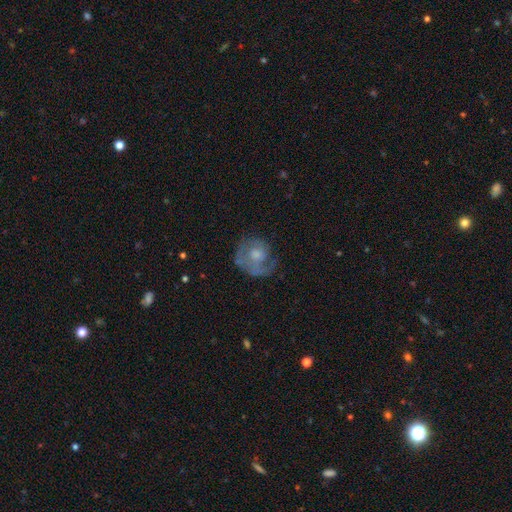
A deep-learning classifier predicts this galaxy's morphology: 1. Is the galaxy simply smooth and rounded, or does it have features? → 59% featured or disk, 34% smooth, 7% star or artifact.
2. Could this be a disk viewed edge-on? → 98% no, 2% yes.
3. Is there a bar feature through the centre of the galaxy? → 79% no, 19% weak, 3% strong.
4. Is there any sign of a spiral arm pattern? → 71% yes, 29% no.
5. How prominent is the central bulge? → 52% moderate, 26% small, 12% large, 8% none, 2% dominant.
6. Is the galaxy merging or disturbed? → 52% none, 23% major disturbance, 23% minor disturbance, 2% merger.